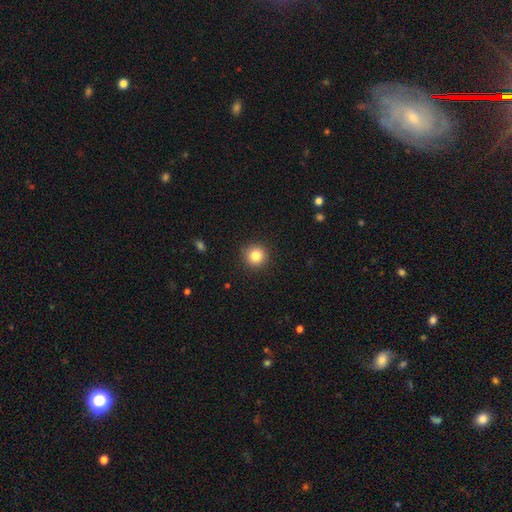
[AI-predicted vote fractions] The model was most divided on "smooth or featured": smooth: 83%, star or artifact: 11%, featured or disk: 6%. More confident: how rounded — round (94%); merging — none (91%).